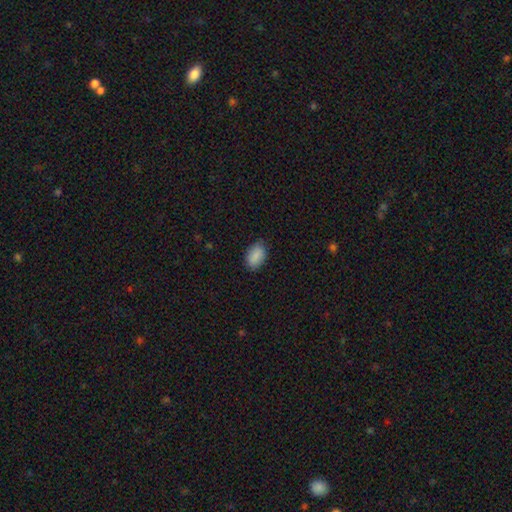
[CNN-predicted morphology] Smooth or featured?
  - smooth: 89% *
  - star or artifact: 7%
  - featured or disk: 4%
How rounded?
  - in between: 89% *
  - round: 9%
  - cigar-shaped: 2%
Merging?
  - none: 79% *
  - minor disturbance: 17%
  - major disturbance: 3%
  - merger: 1%